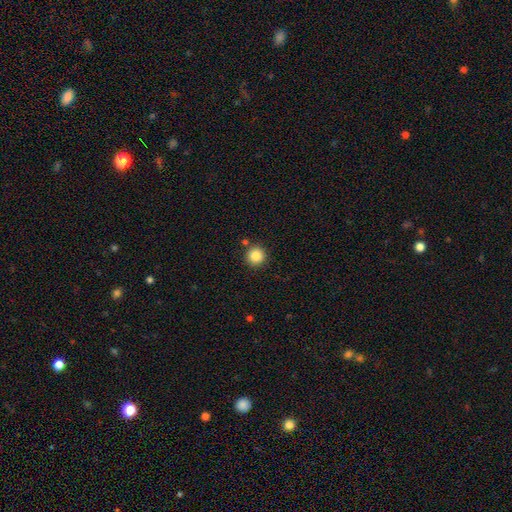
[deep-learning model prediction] A smooth galaxy with no disk features (86%) that is round (94%).

Vote fractions:
- Smooth or featured? smooth: 86% / star or artifact: 10% / featured or disk: 4%
- How rounded? round: 94% / in between: 5% / cigar-shaped: 1%
- Merging? none: 86% / minor disturbance: 7% / merger: 5% / major disturbance: 2%